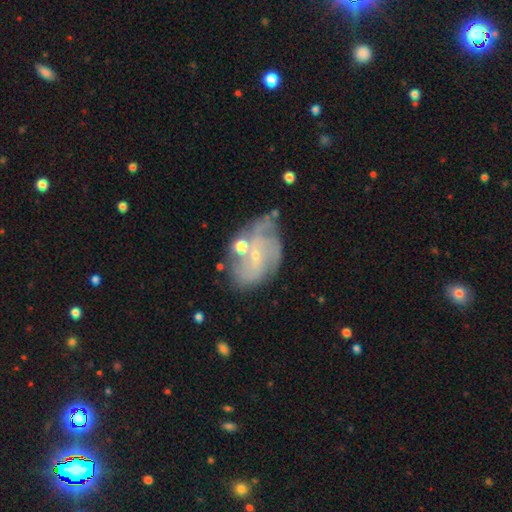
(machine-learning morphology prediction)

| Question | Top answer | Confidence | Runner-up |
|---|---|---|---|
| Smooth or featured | featured or disk | 73% | smooth (17%) |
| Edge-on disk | no | 96% | yes (4%) |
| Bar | no | 60% | weak (33%) |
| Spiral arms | yes | 84% | no (16%) |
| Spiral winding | tight | 43% | medium (37%) |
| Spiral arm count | can't tell | 41% | 2 (18%) |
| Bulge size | small | 78% | moderate (14%) |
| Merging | none | 53% | minor disturbance (23%) |